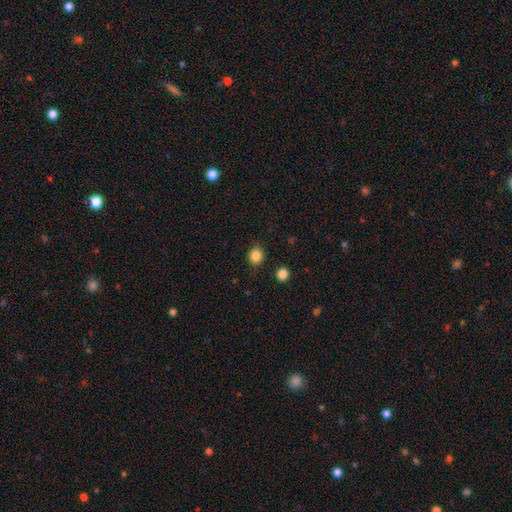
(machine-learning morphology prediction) The model was most divided on "how rounded": round: 80%, in between: 19%, cigar-shaped: 1%. More confident: merging — none (87%); smooth or featured — smooth (85%).